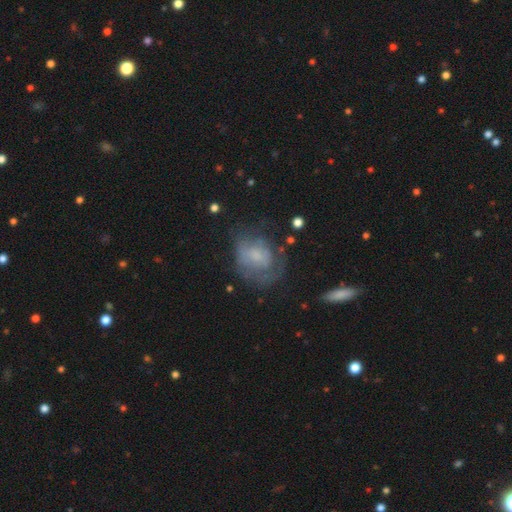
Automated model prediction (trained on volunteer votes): Overall: featured or disk (46%; smooth 43%). Merging: none (46%; major disturbance 26%).